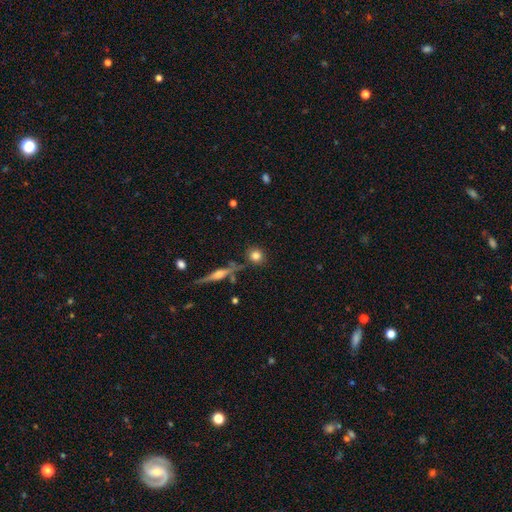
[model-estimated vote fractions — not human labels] smooth 79%, featured or disk 12%, star or artifact 10%. Down the decision tree: how rounded — round (85%); merging — none (79%).